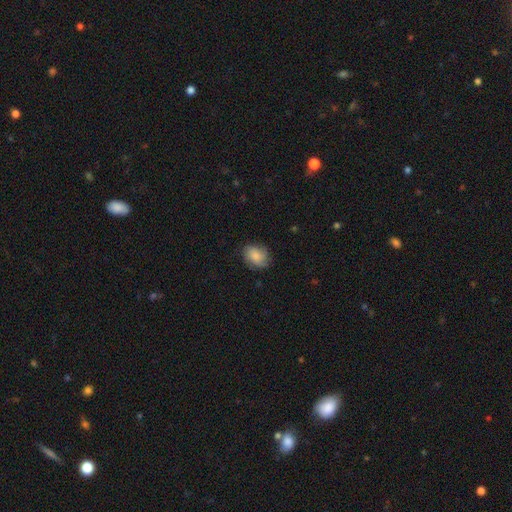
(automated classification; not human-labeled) Q: Smooth or featured?
A: smooth (75%); runner-up: featured or disk (17%)
Q: How rounded?
A: in between (59%); runner-up: round (40%)
Q: Merging?
A: none (75%); runner-up: minor disturbance (19%)